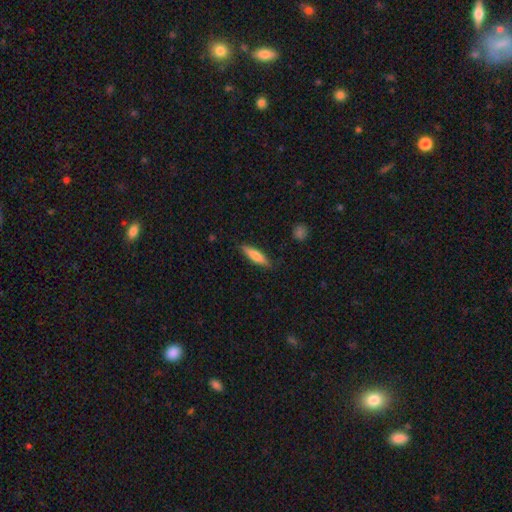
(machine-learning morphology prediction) smooth 75%, featured or disk 19%, star or artifact 6%. Down the decision tree: how rounded — cigar-shaped (73%); merging — none (85%).